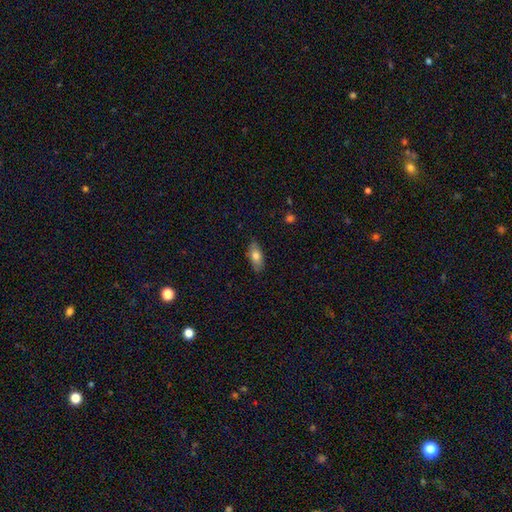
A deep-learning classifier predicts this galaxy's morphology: smooth 75%, featured or disk 19%, star or artifact 7%. Down the decision tree: how rounded — in between (82%); merging — none (85%).